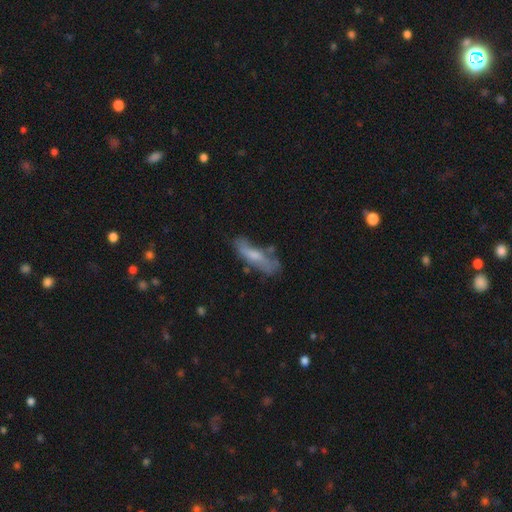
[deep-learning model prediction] Smooth or featured? smooth (51%)
How rounded? cigar-shaped (62%)
Merging? none (54%)